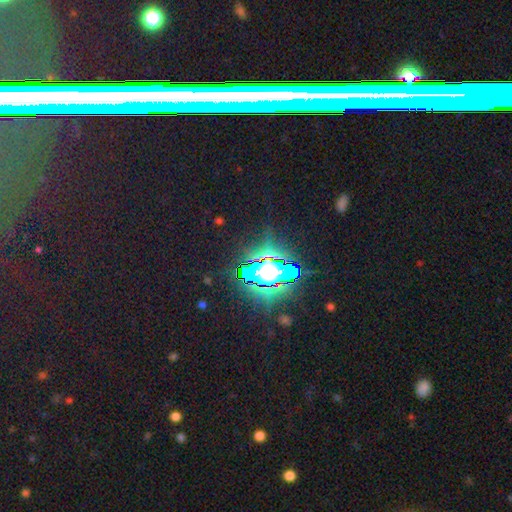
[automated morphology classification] A star or artifact, not a galaxy (82%).

Vote fractions:
- Smooth or featured? star or artifact: 82% / smooth: 10% / featured or disk: 8%